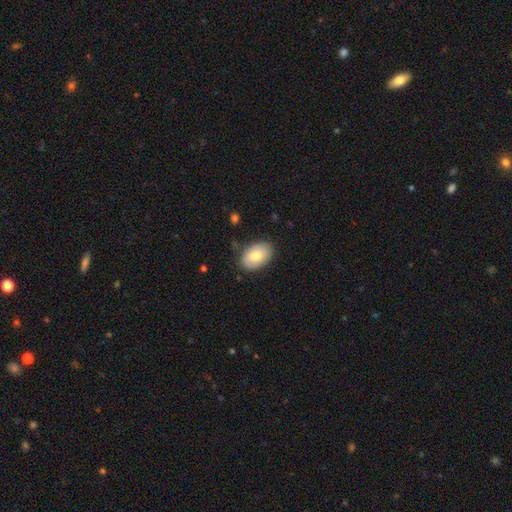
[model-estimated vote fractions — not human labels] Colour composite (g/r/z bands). It shows a smooth galaxy with no disk features (79%) that is in between round and cigar-shaped (89%). Merging: none (83%).